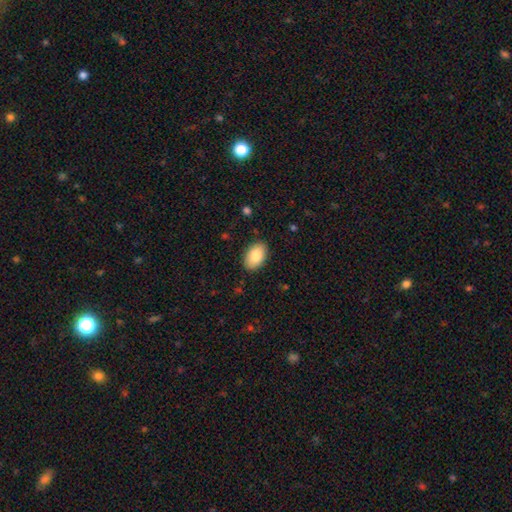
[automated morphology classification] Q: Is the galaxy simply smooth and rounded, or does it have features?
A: smooth — 82%.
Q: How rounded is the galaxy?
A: in between — 91%.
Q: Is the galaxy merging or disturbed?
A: none — 88%.